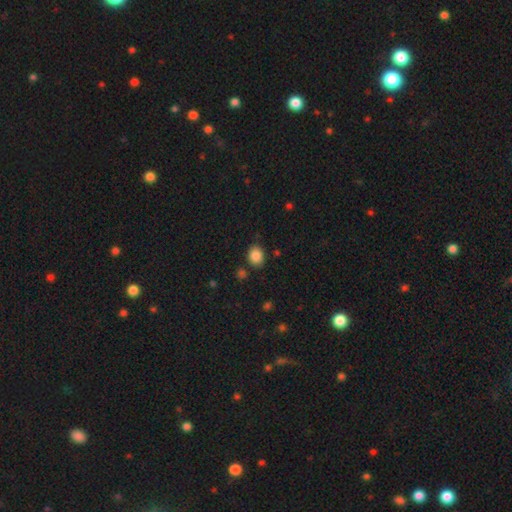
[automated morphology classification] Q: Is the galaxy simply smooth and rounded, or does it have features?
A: smooth — 86%.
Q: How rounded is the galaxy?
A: in between — 51%.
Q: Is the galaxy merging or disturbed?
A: none — 82%.